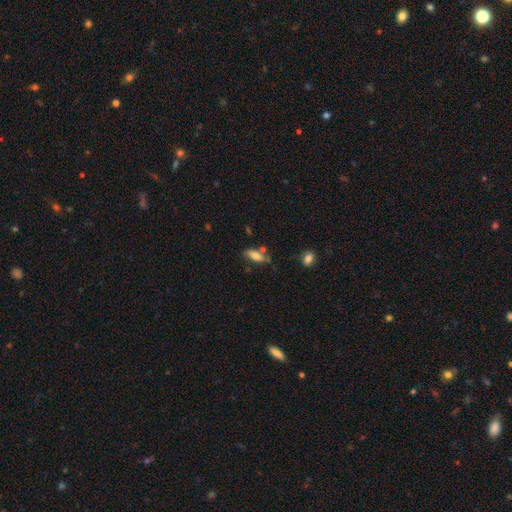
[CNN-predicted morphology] The model was most divided on "merging": none: 62%, minor disturbance: 21%, merger: 11%, major disturbance: 6%. More confident: how rounded — in between (72%); smooth or featured — smooth (70%).